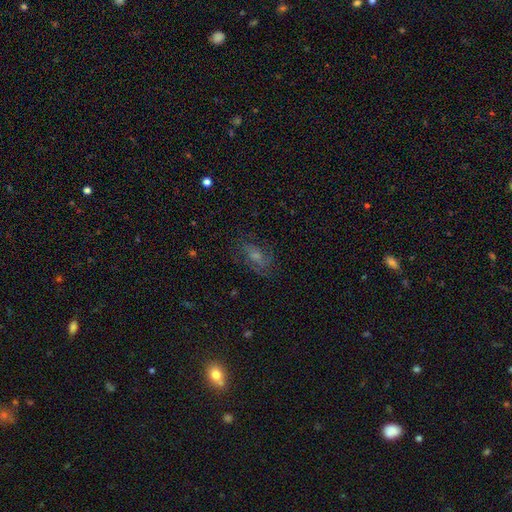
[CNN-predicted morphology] The model was most divided on "bulge size": small: 45%, moderate: 36%, none: 11%, large: 6%, dominant: 2%. More confident: edge-on disk — no (93%); spiral arms — yes (84%); merging — none (69%); bar — no (56%); smooth or featured — featured or disk (54%).